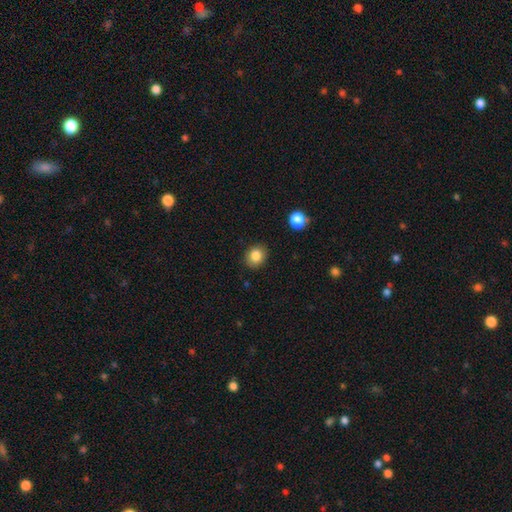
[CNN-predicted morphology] smooth_or_featured: smooth (p=0.84) [alt: star or artifact p=0.10]
how_rounded: round (p=0.69) [alt: in between p=0.30]
merging: none (p=0.88) [alt: minor disturbance p=0.09]